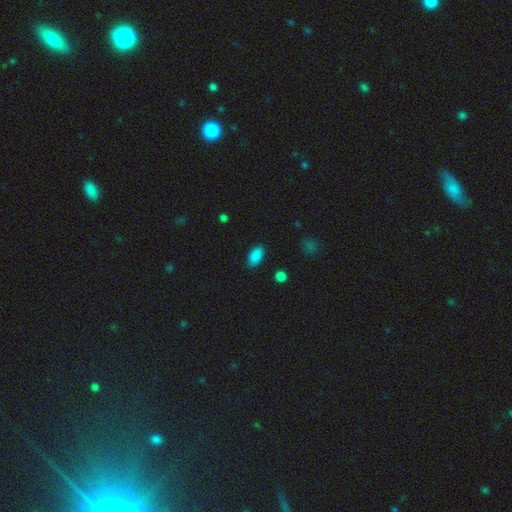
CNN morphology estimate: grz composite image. It shows a smooth galaxy with no disk features (88%) that is in between round and cigar-shaped (93%). Merging: none (87%).